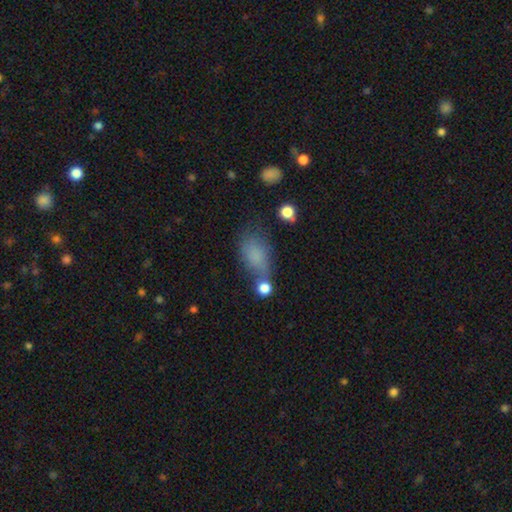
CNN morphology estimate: Q: Smooth or featured?
A: smooth (76%); runner-up: star or artifact (13%)
Q: How rounded?
A: in between (85%); runner-up: round (11%)
Q: Merging?
A: none (46%); runner-up: minor disturbance (27%)